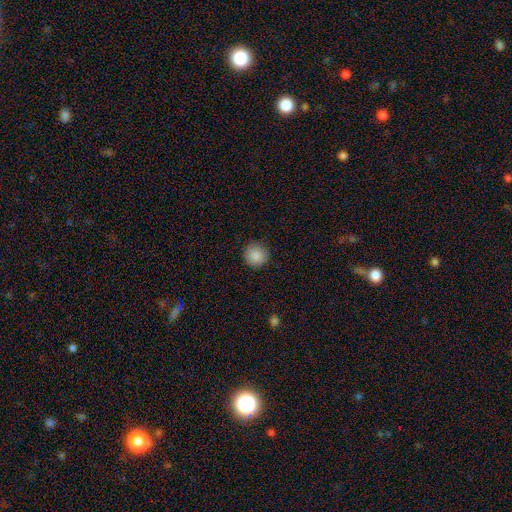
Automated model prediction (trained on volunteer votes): Smooth or featured: smooth — 88% (star or artifact — 9%)
How rounded: round — 93% (in between — 6%)
Merging: none — 89% (minor disturbance — 8%)